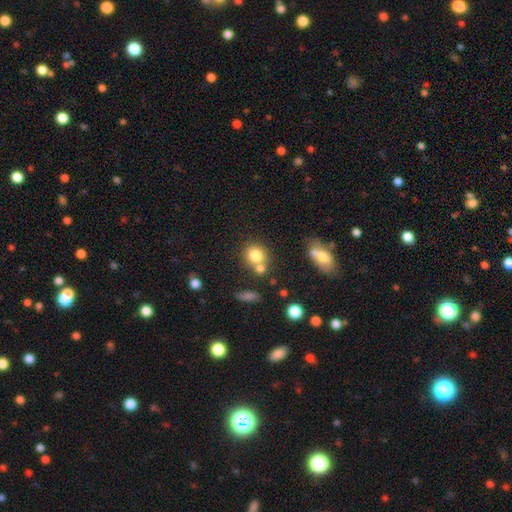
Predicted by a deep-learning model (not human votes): smooth-or-featured: smooth: 77% | star or artifact: 11% | featured or disk: 11%
  how-rounded: round: 78% | in between: 20% | cigar-shaped: 1%
  merging: none: 51% | merger: 34% | minor disturbance: 10% | major disturbance: 4%